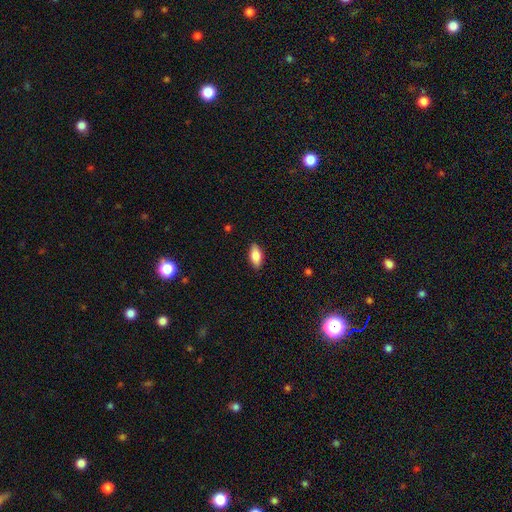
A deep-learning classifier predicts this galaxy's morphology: A smooth galaxy with no disk features (82%) that is in between round and cigar-shaped (89%). Merging: none (87%).